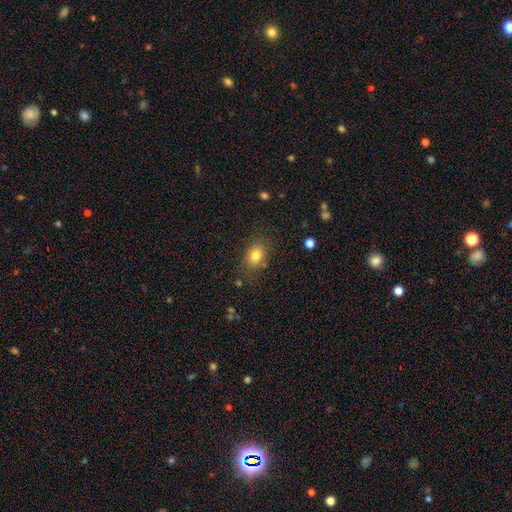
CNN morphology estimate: smooth_or_featured: smooth (p=0.80) [alt: star or artifact p=0.11]
how_rounded: in between (p=0.63) [alt: round p=0.35]
merging: none (p=0.79) [alt: minor disturbance p=0.14]